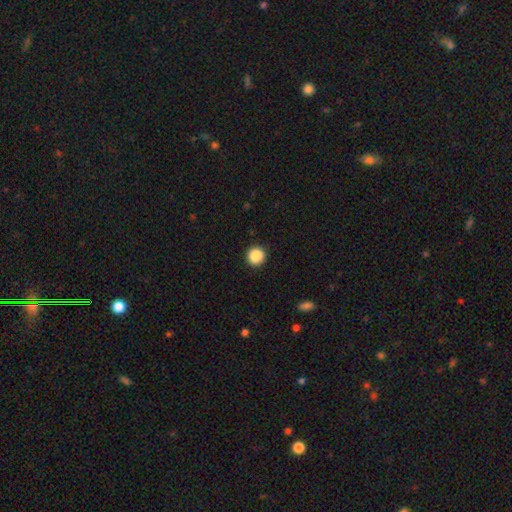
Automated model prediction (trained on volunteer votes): smooth 88%, star or artifact 9%, featured or disk 3%. Down the decision tree: how rounded — round (93%); merging — none (92%).